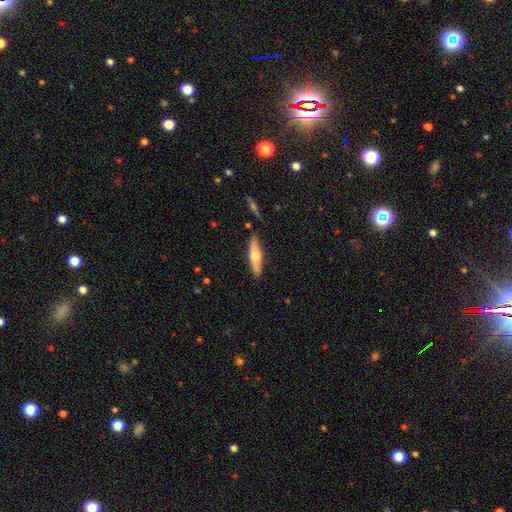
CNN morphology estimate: This is possibly a featured or disk galaxy (53%). It is clearly viewed edge-on (92%). Merging: clearly none (86%).